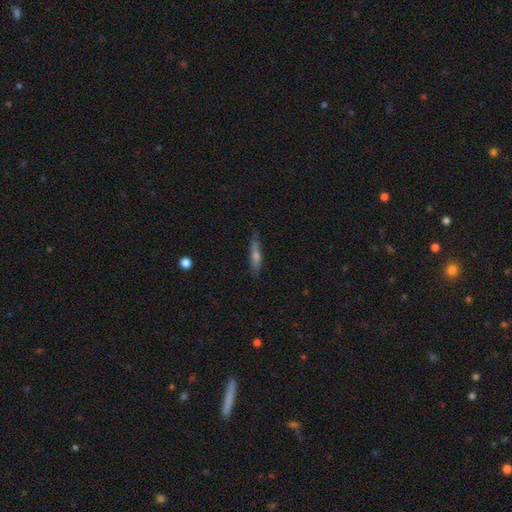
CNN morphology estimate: Smooth or featured? Predicted: smooth (p=0.48). Merging? Predicted: none (p=0.78).